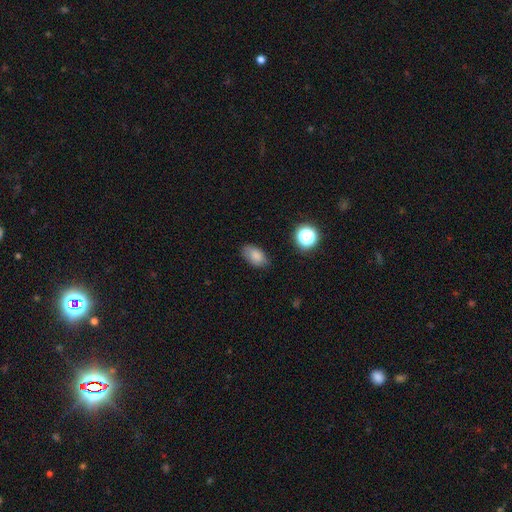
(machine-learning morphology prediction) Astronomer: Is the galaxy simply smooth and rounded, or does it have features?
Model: smooth — 81%.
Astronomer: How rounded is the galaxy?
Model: in between — 89%.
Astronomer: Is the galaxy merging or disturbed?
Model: none — 74%.